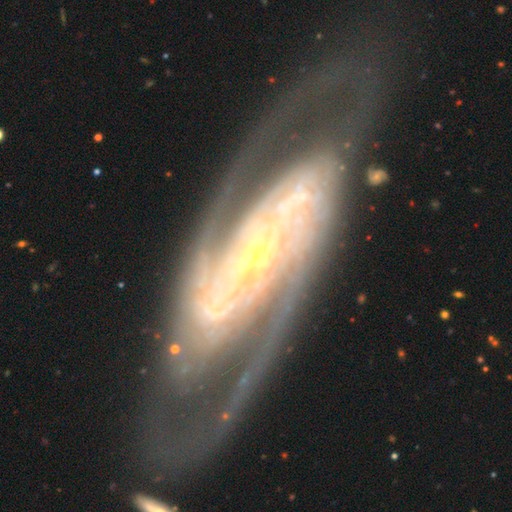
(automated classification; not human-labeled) Morphology: type=featured or disk (91%); edge-on=no (93%); bar=no (36%); spiral arms=yes (98%); winding=medium (46%); arm count=2 (74%); bulge=small (77%); merging=none (77%).